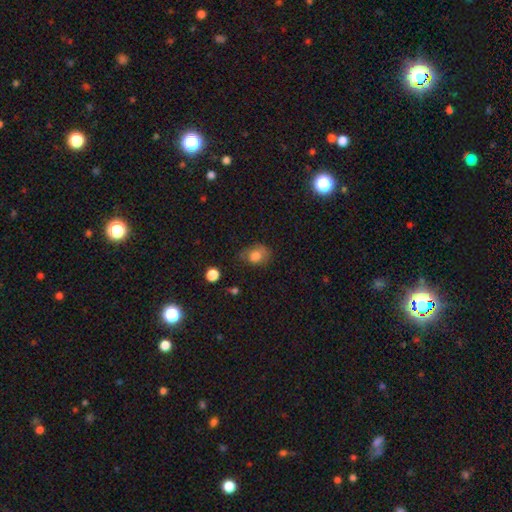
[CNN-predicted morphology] smooth-or-featured: smooth: 77% | featured or disk: 13% | star or artifact: 10%
  how-rounded: in between: 61% | round: 38% | cigar-shaped: 1%
  merging: none: 50% | minor disturbance: 33% | major disturbance: 15% | merger: 2%